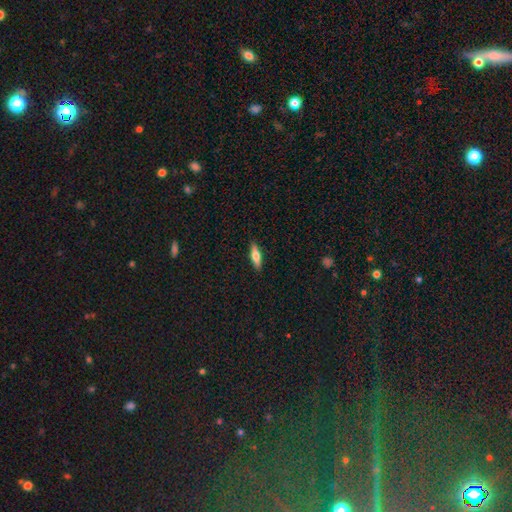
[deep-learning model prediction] Smooth or featured?
  - smooth: 57% *
  - featured or disk: 37%
  - star or artifact: 6%
How rounded?
  - cigar-shaped: 63% *
  - in between: 35%
  - round: 2%
Merging?
  - none: 90% *
  - minor disturbance: 7%
  - major disturbance: 2%
  - merger: 1%